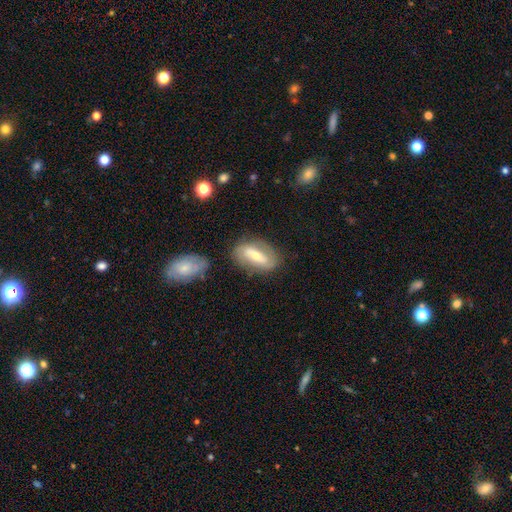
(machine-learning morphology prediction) Smooth or featured: featured or disk — 53% (smooth — 40%)
Edge-on disk: no — 84% (yes — 16%)
Merging: none — 76% (minor disturbance — 15%)